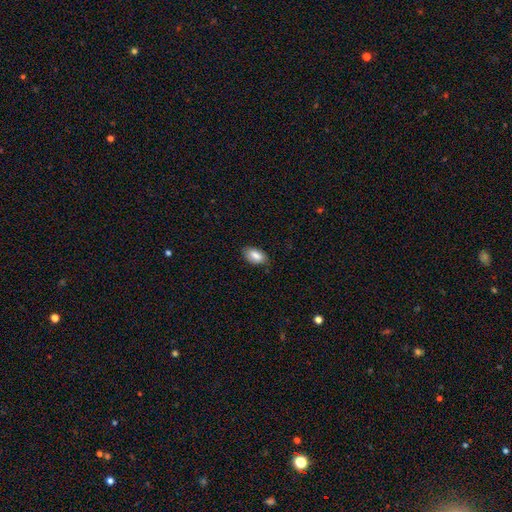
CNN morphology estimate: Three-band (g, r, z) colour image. It shows a smooth galaxy with no disk features (83%) that is in between round and cigar-shaped (93%). Merging: none (77%).